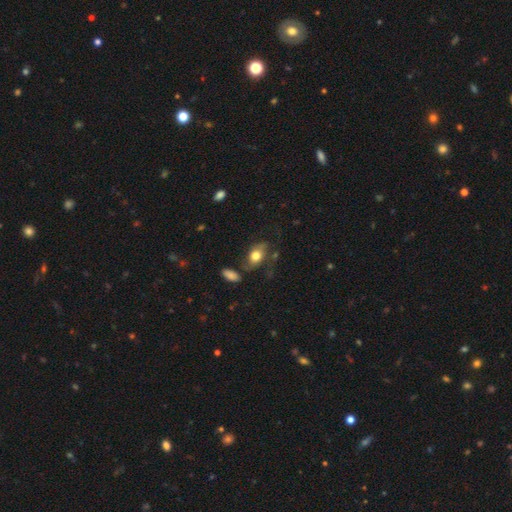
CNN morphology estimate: smooth_or_featured: smooth (p=0.65) [alt: featured or disk p=0.27]
how_rounded: in between (p=0.83) [alt: round p=0.14]
merging: none (p=0.58) [alt: minor disturbance p=0.23]